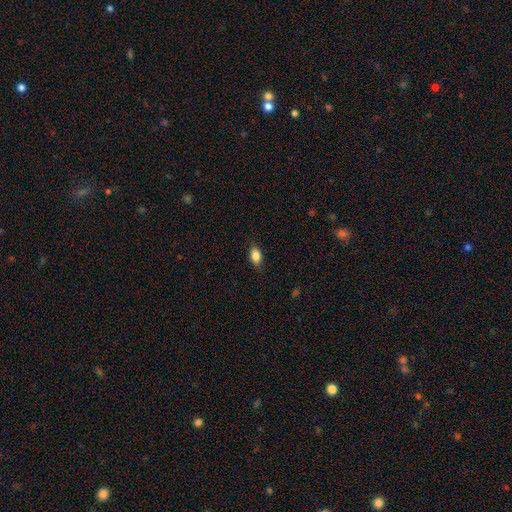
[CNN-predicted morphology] A smooth galaxy with no disk features (86%) that is in between round and cigar-shaped (86%). Merging: none (85%).